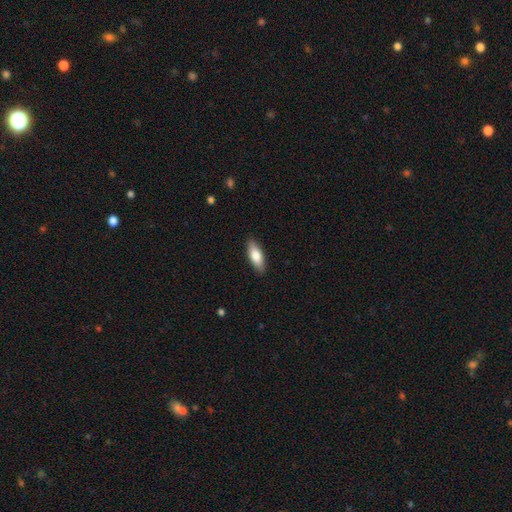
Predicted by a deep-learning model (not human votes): Overall: smooth (79%). How rounded: in between (70%). Merging: none (89%).